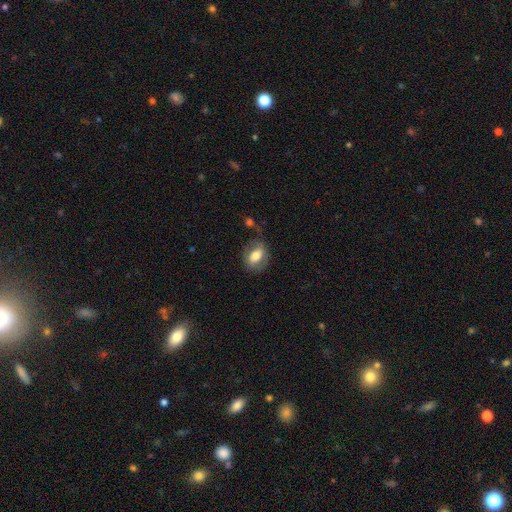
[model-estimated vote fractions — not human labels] Morphology: type=smooth (62%); roundness=in between (72%); merging=none (62%).